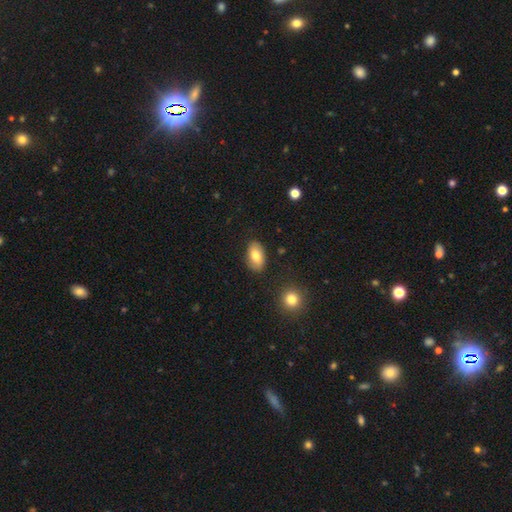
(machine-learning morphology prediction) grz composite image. It shows a smooth galaxy with no disk features (79%) that is in between round and cigar-shaped (93%). Merging: none (84%).